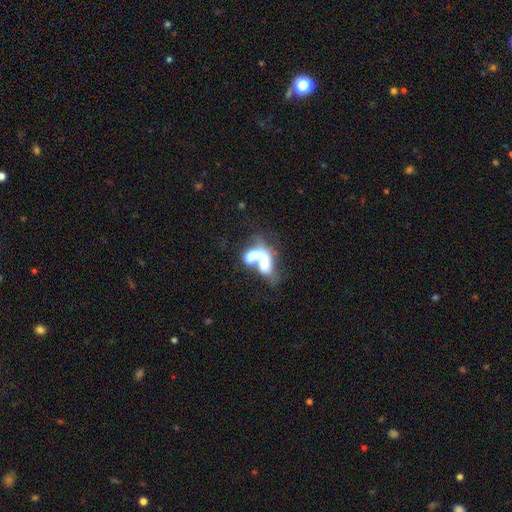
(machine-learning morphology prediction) smooth_or_featured: smooth (p=0.48) [alt: featured or disk p=0.42]
merging: merger (p=0.70) [alt: major disturbance p=0.15]